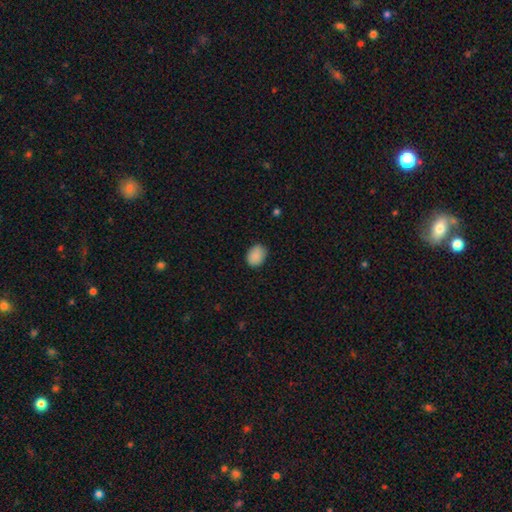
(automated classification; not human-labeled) This appears to be a smooth galaxy with no disk features (89%) that is in between round and cigar-shaped (66%). Merging: none (83%).